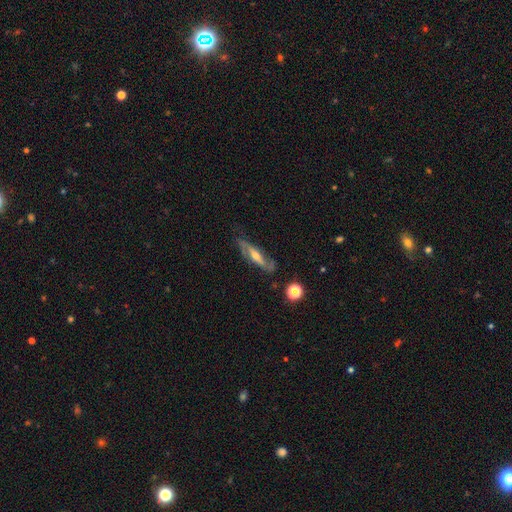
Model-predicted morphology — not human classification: Smooth or featured? featured or disk (76%)
Edge-on disk? no (58%)
Merging? none (75%)